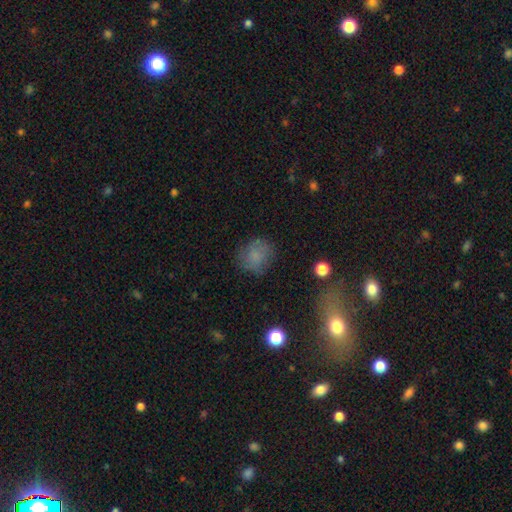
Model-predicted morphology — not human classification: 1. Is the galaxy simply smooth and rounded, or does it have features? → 76% smooth, 12% star or artifact, 12% featured or disk.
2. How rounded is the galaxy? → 78% round, 21% in between, 1% cigar-shaped.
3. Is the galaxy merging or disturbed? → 72% none, 18% minor disturbance, 8% major disturbance, 2% merger.